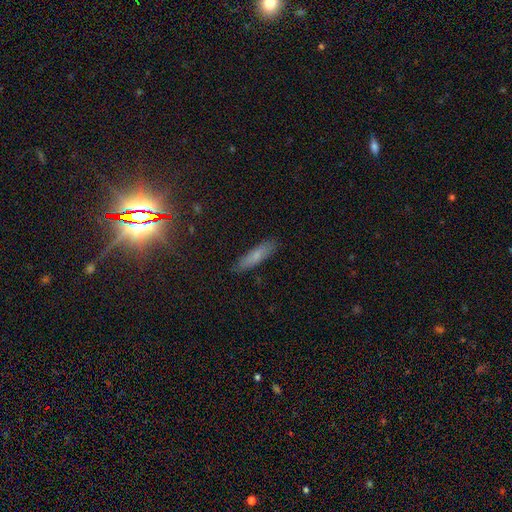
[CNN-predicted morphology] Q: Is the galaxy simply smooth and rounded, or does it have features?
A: smooth — 71%.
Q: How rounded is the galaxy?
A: cigar-shaped — 74%.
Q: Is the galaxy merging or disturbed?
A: none — 86%.